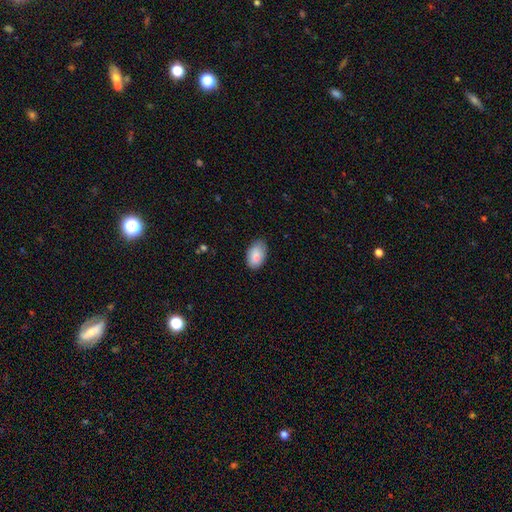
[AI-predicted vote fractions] Smooth or featured? Predicted: smooth (p=0.87). How rounded? Predicted: in between (p=0.93). Merging? Predicted: none (p=0.77).